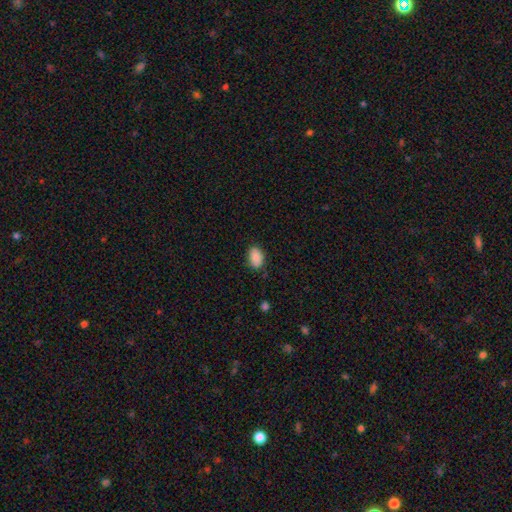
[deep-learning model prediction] The model was most divided on "merging": none: 82%, minor disturbance: 14%, major disturbance: 3%, merger: 1%. More confident: smooth or featured — smooth (87%); how rounded — in between (86%).